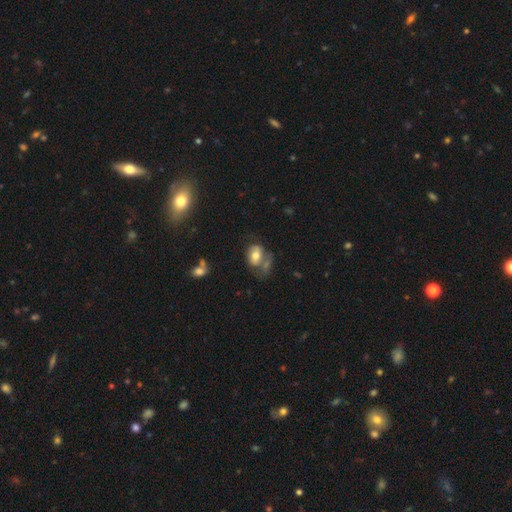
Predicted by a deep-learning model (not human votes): Smooth or featured? smooth (61%)
How rounded? in between (75%)
Merging? none (32%)